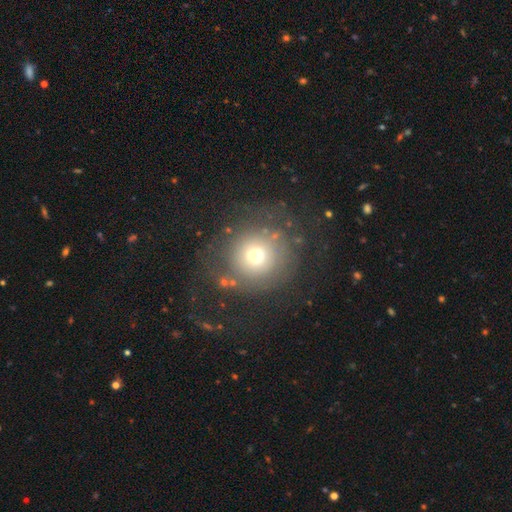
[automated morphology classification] smooth_or_featured: smooth (p=0.66) [alt: featured or disk p=0.18]
how_rounded: round (p=0.94) [alt: in between p=0.05]
merging: none (p=0.71) [alt: minor disturbance p=0.14]